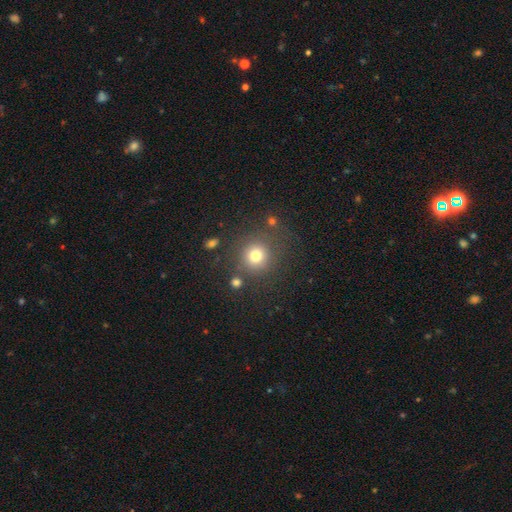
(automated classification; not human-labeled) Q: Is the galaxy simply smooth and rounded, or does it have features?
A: smooth — 77%.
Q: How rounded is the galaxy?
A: round — 92%.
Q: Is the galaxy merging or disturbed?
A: none — 79%.